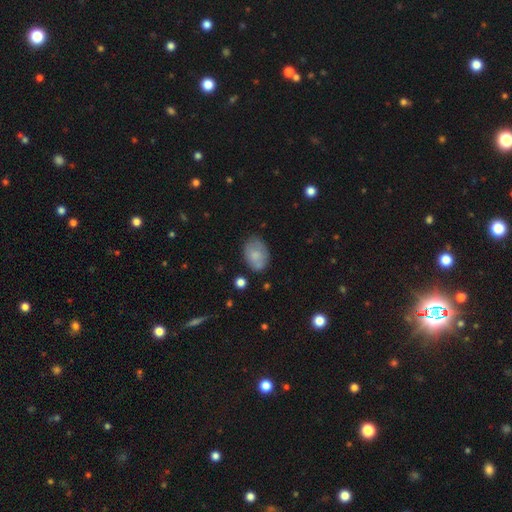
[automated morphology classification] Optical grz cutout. It shows a smooth galaxy with no disk features (74%) that is in between round and cigar-shaped (80%). Merging: none (64%).